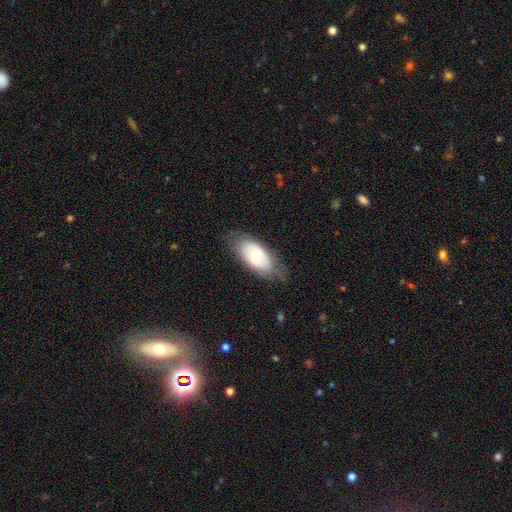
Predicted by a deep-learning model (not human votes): smooth_or_featured: smooth (p=0.53) [alt: featured or disk p=0.40]
how_rounded: in between (p=0.92) [alt: round p=0.05]
merging: none (p=0.72) [alt: minor disturbance p=0.20]